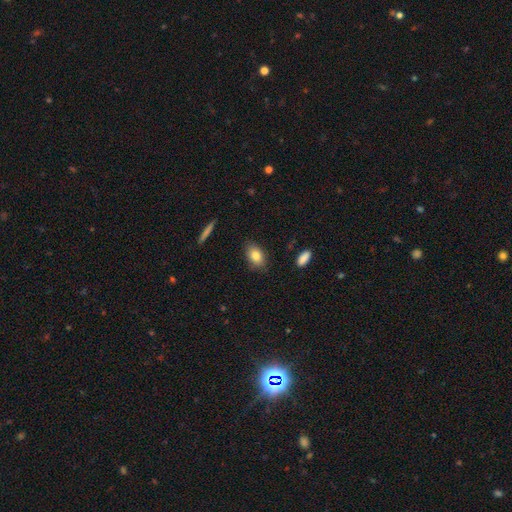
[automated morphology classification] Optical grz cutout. It shows a smooth galaxy with no disk features (82%) that is in between round and cigar-shaped (87%). Merging: none (83%).